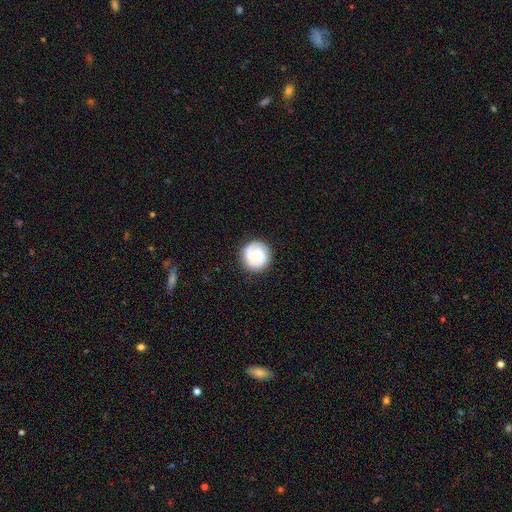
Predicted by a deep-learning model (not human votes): Morphology: type=featured or disk (65%); edge-on=no (98%); bar=no (52%); spiral arms=yes (93%); winding=tight (59%); arm count=2 (59%); bulge=small (48%); merging=none (86%).